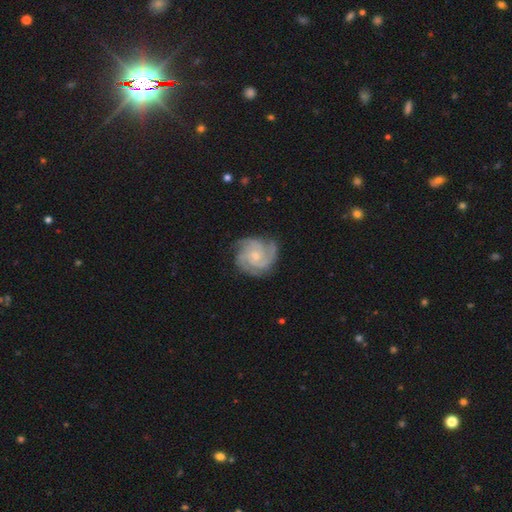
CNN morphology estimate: featured or disk 90%, smooth 6%, star or artifact 4%. Down the decision tree: edge-on disk — no (98%); bar — no (72%); spiral arms — yes (98%); spiral arm count — 3 (60%); spiral winding — tight (64%); bulge size — small (63%); merging — none (78%).